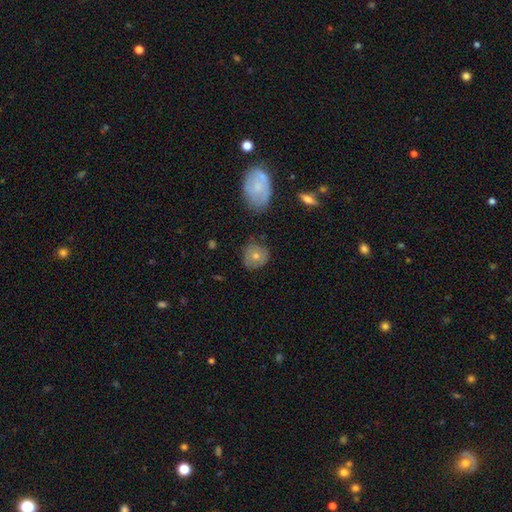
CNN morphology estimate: Smooth or featured?
  - smooth: 67% *
  - featured or disk: 25%
  - star or artifact: 9%
How rounded?
  - round: 86% *
  - in between: 13%
  - cigar-shaped: 1%
Merging?
  - none: 72% *
  - minor disturbance: 20%
  - major disturbance: 5%
  - merger: 3%